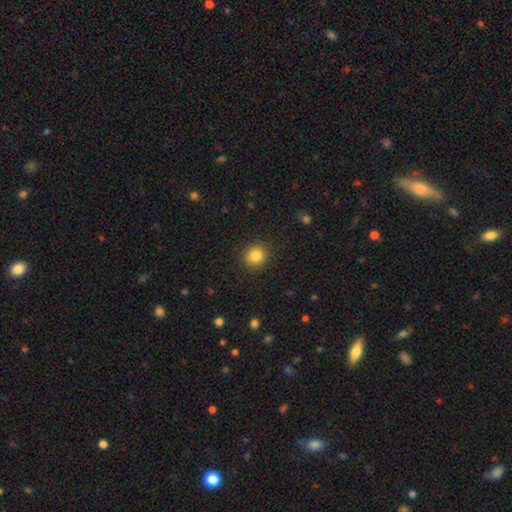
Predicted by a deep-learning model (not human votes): smooth 84%, star or artifact 10%, featured or disk 6%. Down the decision tree: how rounded — round (82%); merging — none (89%).